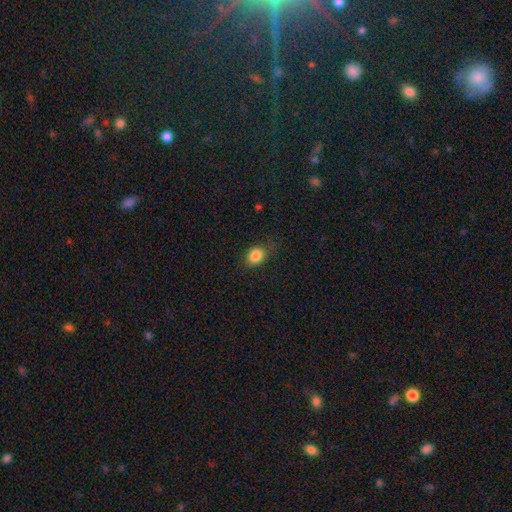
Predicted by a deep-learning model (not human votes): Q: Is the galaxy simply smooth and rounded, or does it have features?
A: smooth — 84%.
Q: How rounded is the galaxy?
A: round — 50%.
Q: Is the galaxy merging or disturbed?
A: none — 72%.